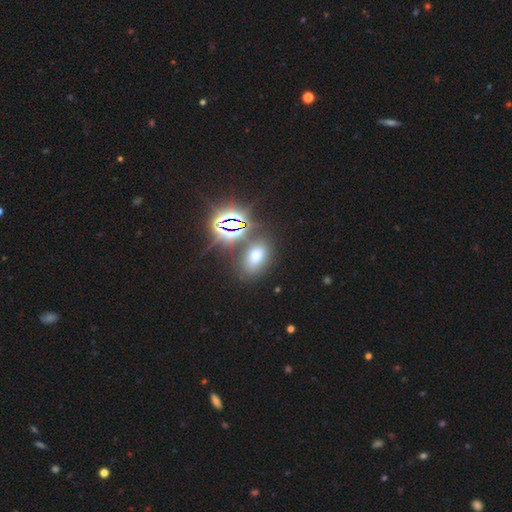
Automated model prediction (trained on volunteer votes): smooth_or_featured: smooth (p=0.56) [alt: star or artifact p=0.35]
how_rounded: in between (p=0.82) [alt: round p=0.16]
merging: none (p=0.74) [alt: minor disturbance p=0.12]